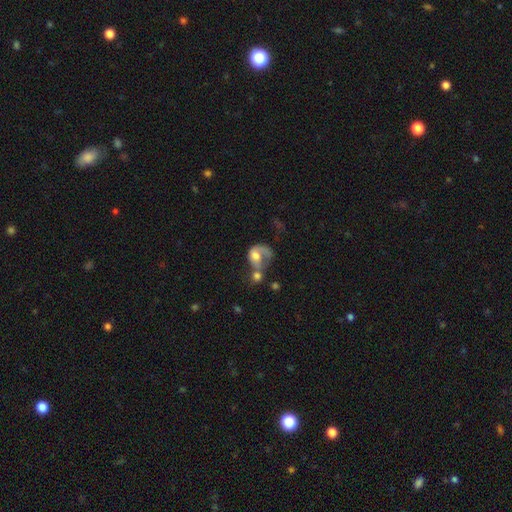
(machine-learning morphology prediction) The model was most divided on "smooth or featured": featured or disk: 47%, smooth: 44%, star or artifact: 8%. Remaining: merging — merger (41%).